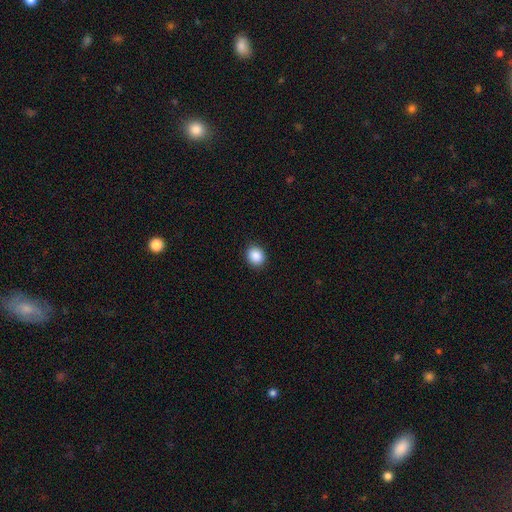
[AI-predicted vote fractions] Morphology: type=smooth (89%); roundness=round (69%); merging=none (91%).